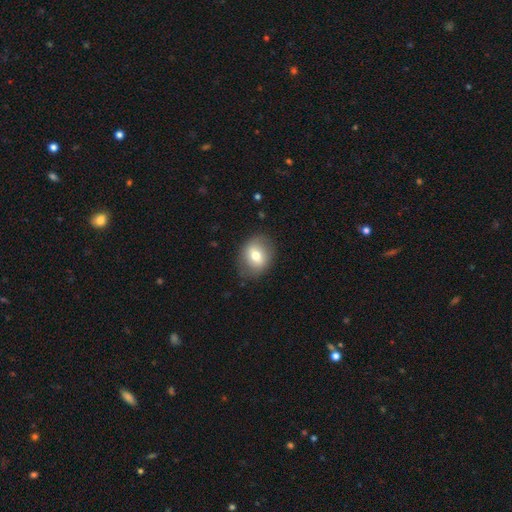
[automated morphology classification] Smooth or featured: smooth — 69% (featured or disk — 23%)
How rounded: round — 53% (in between — 46%)
Merging: none — 80% (minor disturbance — 14%)